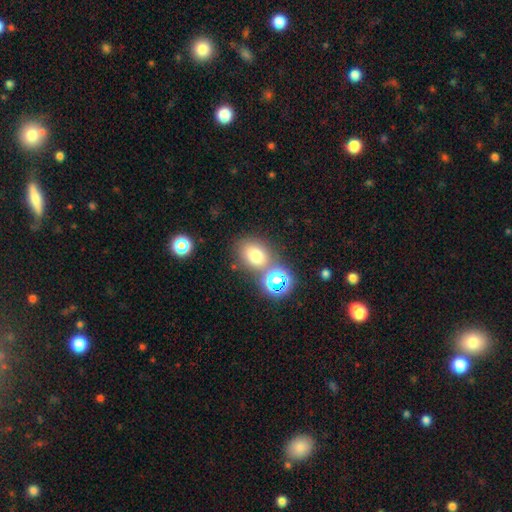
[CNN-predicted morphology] smooth-or-featured: smooth: 73% | star or artifact: 18% | featured or disk: 10%
  how-rounded: round: 50% | in between: 49% | cigar-shaped: 1%
  merging: none: 64% | merger: 21% | minor disturbance: 11% | major disturbance: 4%